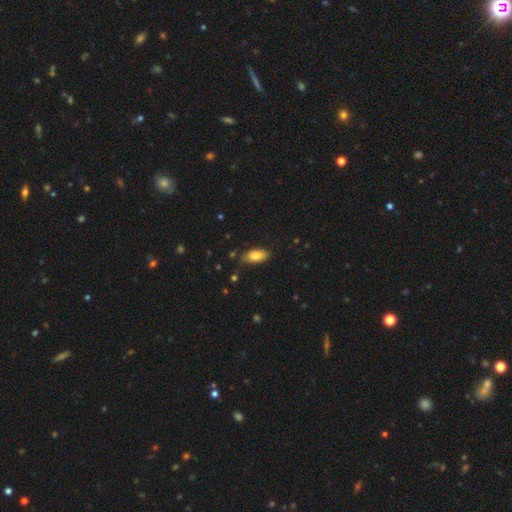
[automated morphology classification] smooth-or-featured: smooth: 83% | featured or disk: 9% | star or artifact: 7%
  how-rounded: in between: 89% | cigar-shaped: 8% | round: 3%
  merging: none: 72% | minor disturbance: 22% | major disturbance: 4% | merger: 2%